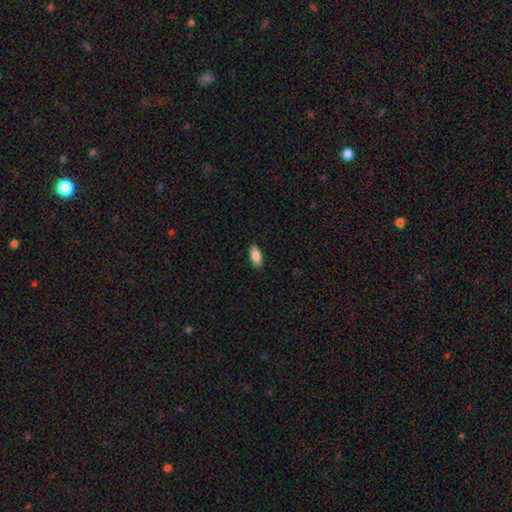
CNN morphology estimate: smooth_or_featured: smooth (p=0.86) [alt: featured or disk p=0.08]
how_rounded: in between (p=0.86) [alt: cigar-shaped p=0.11]
merging: none (p=0.89) [alt: minor disturbance p=0.09]